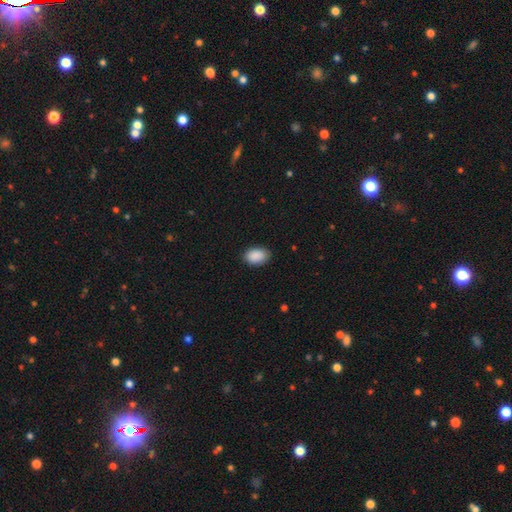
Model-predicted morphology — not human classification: The model was most divided on "how rounded": in between: 87%, round: 12%, cigar-shaped: 1%. More confident: smooth or featured — smooth (91%); merging — none (86%).